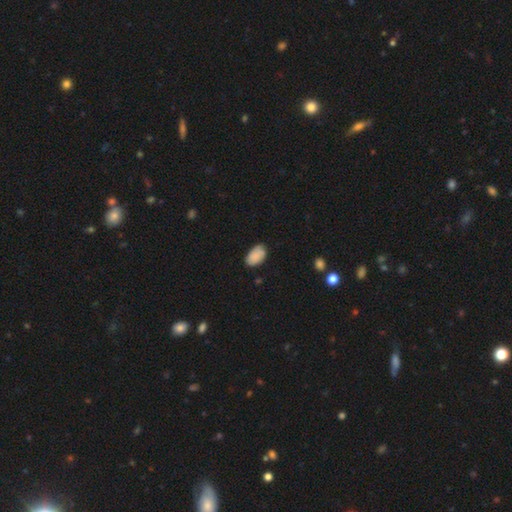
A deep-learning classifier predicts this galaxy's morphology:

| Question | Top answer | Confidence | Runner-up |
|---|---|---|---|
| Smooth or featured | smooth | 88% | star or artifact (7%) |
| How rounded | in between | 93% | round (6%) |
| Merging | none | 76% | minor disturbance (19%) |